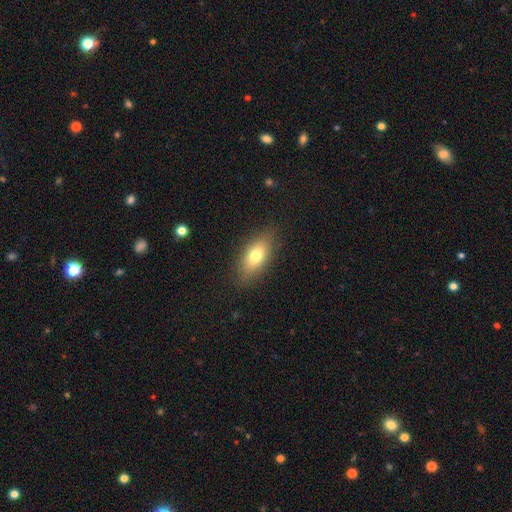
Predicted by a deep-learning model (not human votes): Smooth or featured: smooth — 73% (featured or disk — 18%)
How rounded: in between — 83% (cigar-shaped — 11%)
Merging: none — 84% (minor disturbance — 11%)